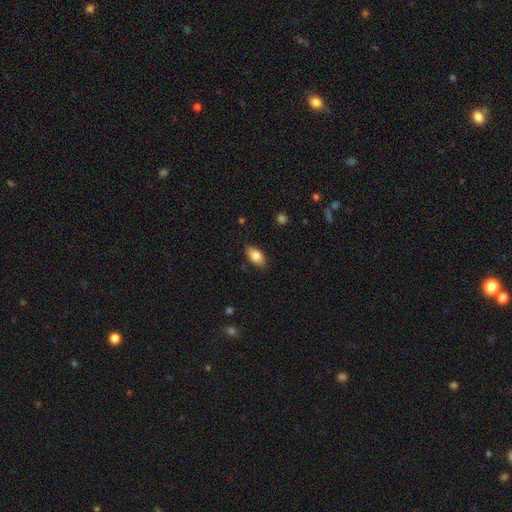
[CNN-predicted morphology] smooth 83%, featured or disk 10%, star or artifact 7%. Down the decision tree: how rounded — in between (92%); merging — none (86%).